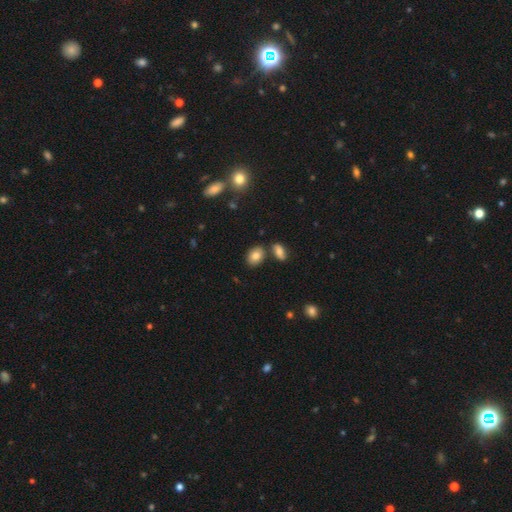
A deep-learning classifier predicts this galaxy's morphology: Overall: smooth (81%). How rounded: in between (79%). Merging: none (75%).